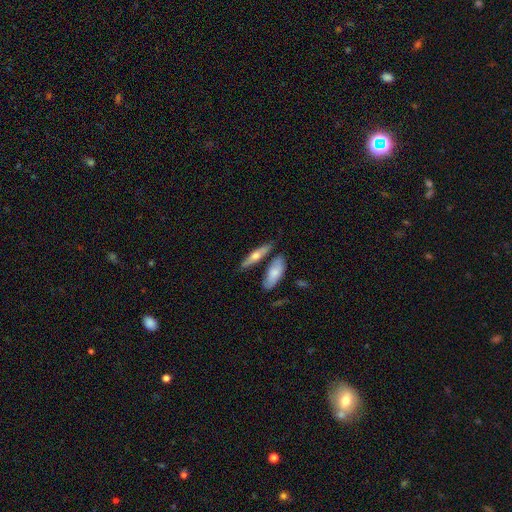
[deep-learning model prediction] A smooth galaxy with no disk features (54%) that is cigar-shaped (66%). Merging: none (70%).